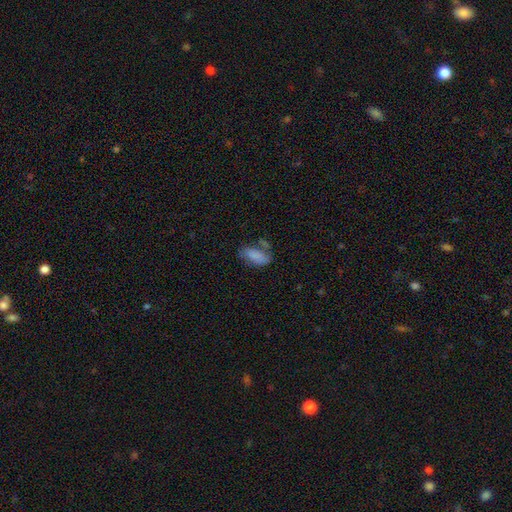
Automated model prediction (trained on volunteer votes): This is likely a smooth galaxy (77%). How rounded: clearly in between (90%). Merging: possibly none (47%).